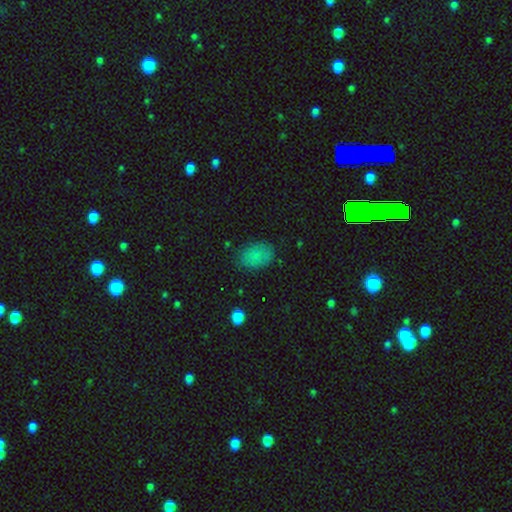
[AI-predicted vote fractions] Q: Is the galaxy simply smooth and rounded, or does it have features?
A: smooth — 81%.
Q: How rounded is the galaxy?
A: in between — 83%.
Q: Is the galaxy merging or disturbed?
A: none — 78%.